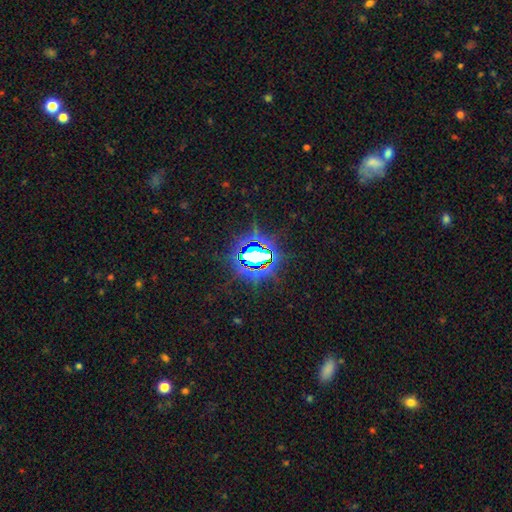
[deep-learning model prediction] Smooth or featured? Predicted: star or artifact (p=0.81).